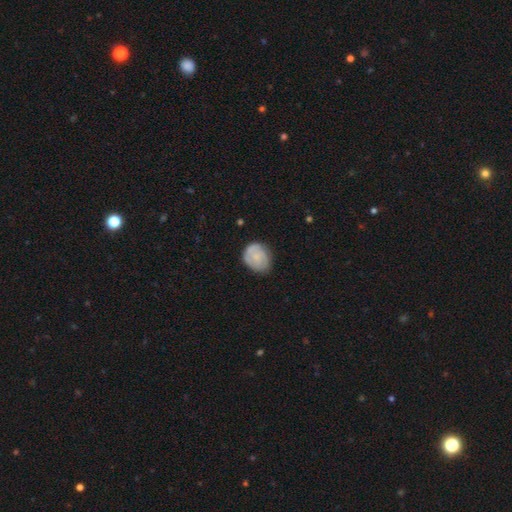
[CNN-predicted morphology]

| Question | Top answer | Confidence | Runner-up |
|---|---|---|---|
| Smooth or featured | smooth | 50% | featured or disk (42%) |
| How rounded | round | 59% | in between (40%) |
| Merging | none | 75% | minor disturbance (19%) |